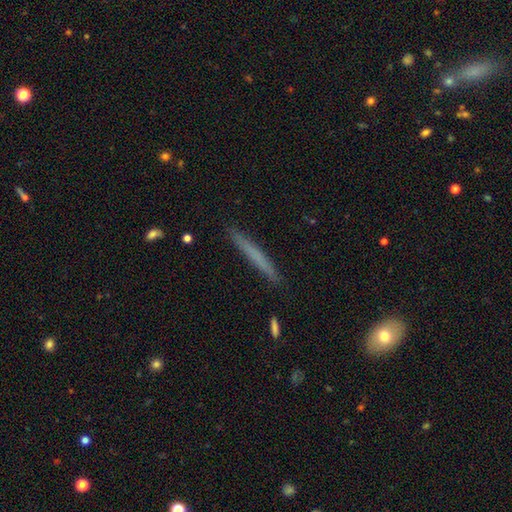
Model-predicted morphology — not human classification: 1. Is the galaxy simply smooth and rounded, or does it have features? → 59% smooth, 34% featured or disk, 7% star or artifact.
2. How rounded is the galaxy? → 97% cigar-shaped, 2% in between, 1% round.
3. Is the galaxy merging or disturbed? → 89% none, 8% minor disturbance, 2% major disturbance, 1% merger.